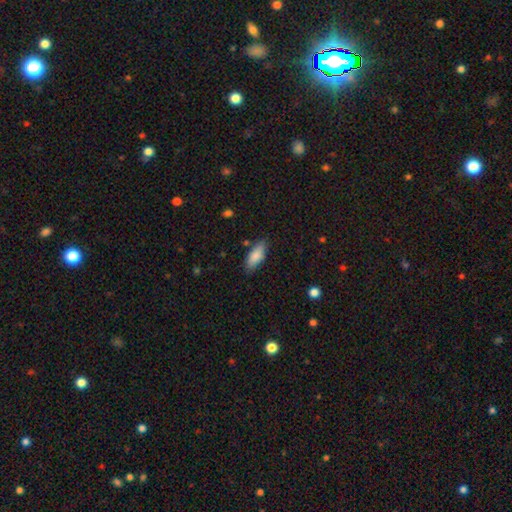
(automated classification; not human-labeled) Smooth or featured? Predicted: smooth (p=0.85). How rounded? Predicted: in between (p=0.76). Merging? Predicted: none (p=0.78).